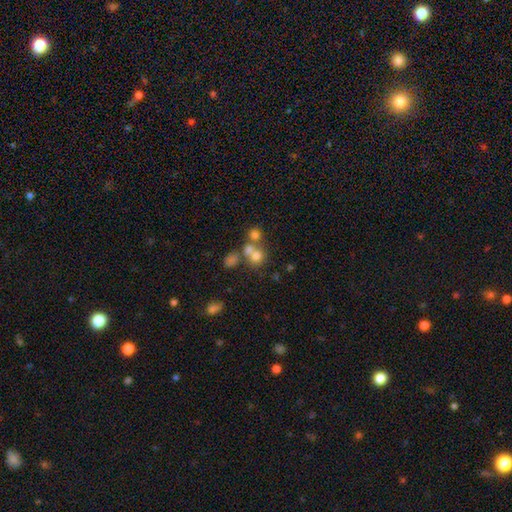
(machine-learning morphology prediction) Smooth or featured: smooth — 65% (featured or disk — 18%)
How rounded: round — 79% (in between — 20%)
Merging: merger — 44% (none — 43%)